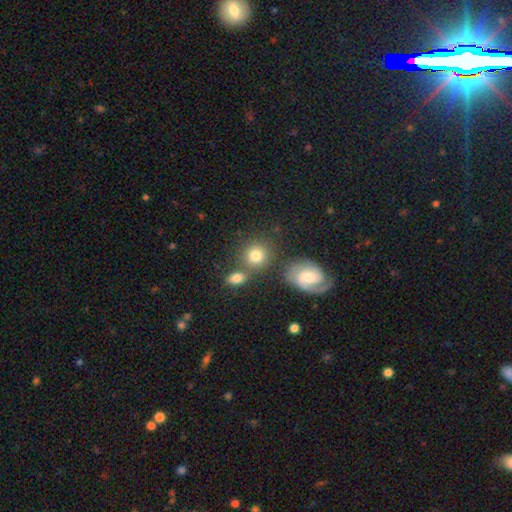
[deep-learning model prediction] Overall: smooth (76%). How rounded: round (80%). Merging: none (65%).